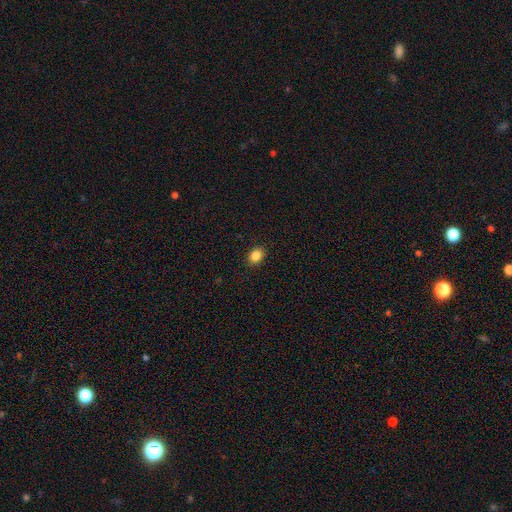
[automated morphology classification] The model was most divided on "how rounded": in between: 58%, round: 41%, cigar-shaped: 1%. More confident: merging — none (90%); smooth or featured — smooth (86%).